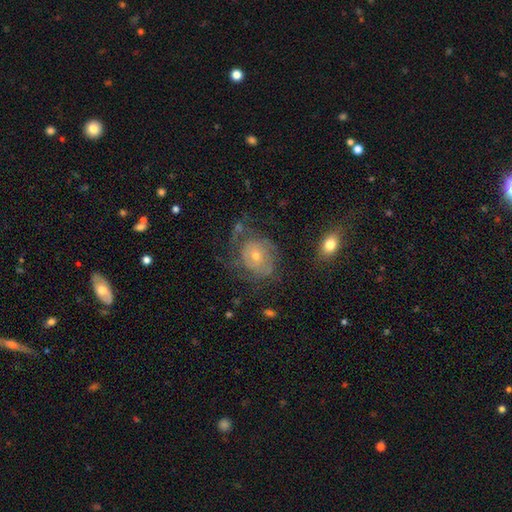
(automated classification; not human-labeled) smooth-or-featured: featured or disk: 68% | smooth: 21% | star or artifact: 11%
  disk-edge-on: no: 97% | yes: 3%
    bar: no: 78% | weak: 18% | strong: 3%
    has-spiral-arms: yes: 77% | no: 23%
      spiral-winding: tight: 60% | medium: 27% | loose: 13%
      spiral-arm-count: can't tell: 50% | 2: 23% | 3: 10% | 1: 9% | 4: 4% | more than 4: 4%
    bulge-size: small: 50% | moderate: 45% | large: 2% | none: 1% | dominant: 1%
  merging: none: 52% | major disturbance: 23% | minor disturbance: 22% | merger: 4%